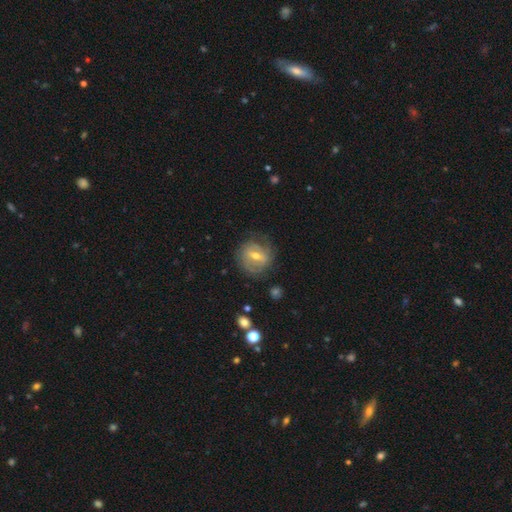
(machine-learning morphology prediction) smooth_or_featured: featured or disk (p=0.67) [alt: smooth p=0.25]
disk_edge_on: no (p=0.95) [alt: yes p=0.05]
bar: weak (p=0.48) [alt: strong p=0.33]
has_spiral_arms: yes (p=0.71) [alt: no p=0.29]
bulge_size: moderate (p=0.64) [alt: small p=0.30]
merging: none (p=0.69) [alt: minor disturbance p=0.19]